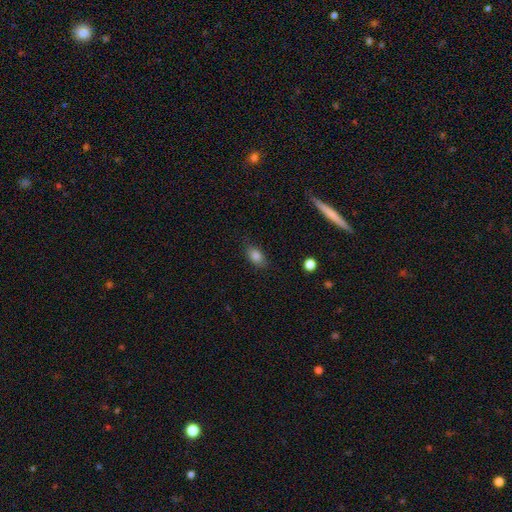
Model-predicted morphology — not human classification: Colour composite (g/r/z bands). It shows a smooth galaxy with no disk features (85%) that is in between round and cigar-shaped (85%). Merging: none (81%).